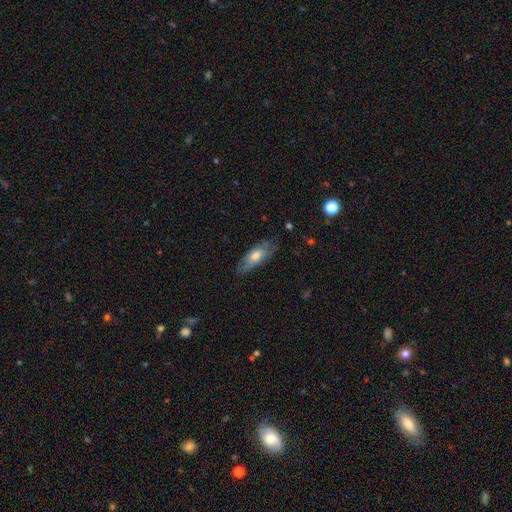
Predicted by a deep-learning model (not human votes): smooth-or-featured: smooth: 60% | featured or disk: 33% | star or artifact: 6%
  how-rounded: in between: 69% | cigar-shaped: 28% | round: 2%
  merging: none: 73% | minor disturbance: 21% | major disturbance: 5% | merger: 1%